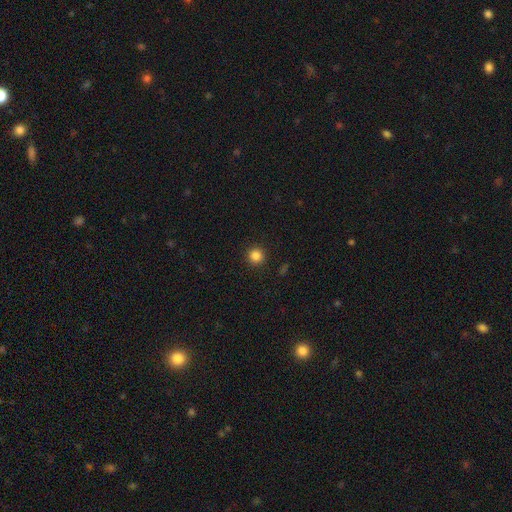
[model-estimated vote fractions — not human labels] This is clearly a smooth galaxy (85%). How rounded: clearly round (95%). Merging: clearly none (92%).